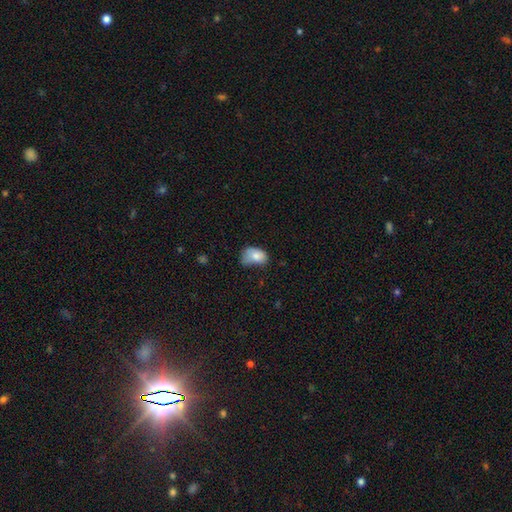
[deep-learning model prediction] A smooth galaxy with no disk features (79%) that is in between round and cigar-shaped (83%).

Vote fractions:
- Smooth or featured? smooth: 79% / featured or disk: 13% / star or artifact: 9%
- How rounded? in between: 83% / round: 16% / cigar-shaped: 1%
- Merging? minor disturbance: 44% / none: 28% / major disturbance: 23% / merger: 4%